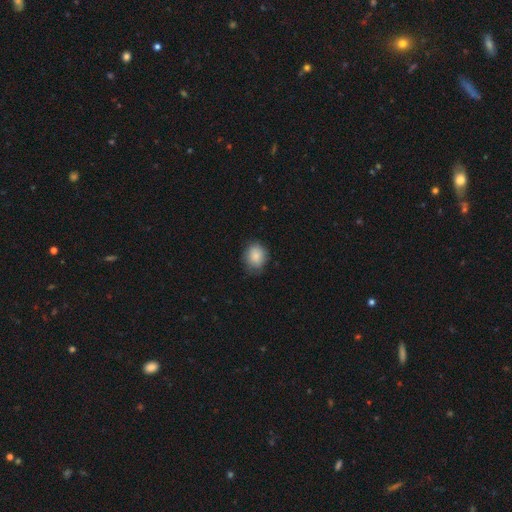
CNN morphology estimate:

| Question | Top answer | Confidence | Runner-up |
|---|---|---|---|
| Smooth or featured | smooth | 86% | star or artifact (8%) |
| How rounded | round | 62% | in between (37%) |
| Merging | none | 74% | minor disturbance (20%) |